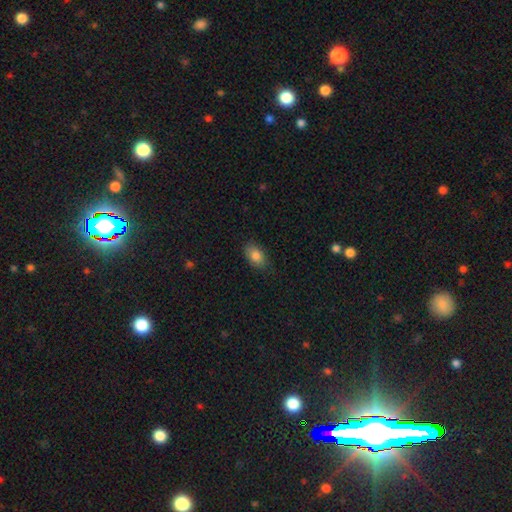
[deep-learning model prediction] Smooth or featured? smooth (84%)
How rounded? in between (89%)
Merging? none (82%)